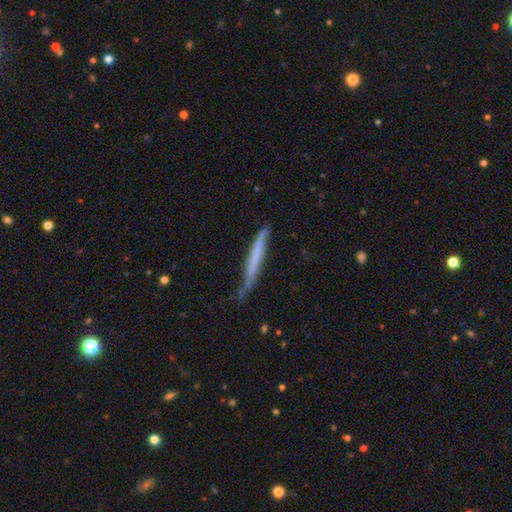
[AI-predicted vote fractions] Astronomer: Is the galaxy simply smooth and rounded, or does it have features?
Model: smooth — 50% (runner-up: featured or disk, 43%).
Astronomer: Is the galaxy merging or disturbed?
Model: none — 59%.